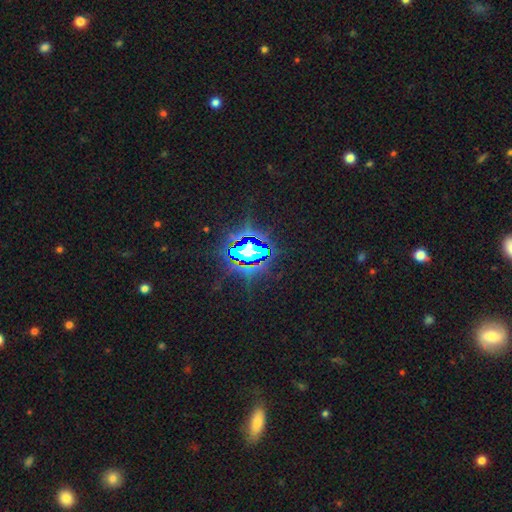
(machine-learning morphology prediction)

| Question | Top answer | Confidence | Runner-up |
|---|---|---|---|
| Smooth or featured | star or artifact | 82% | smooth (10%) |